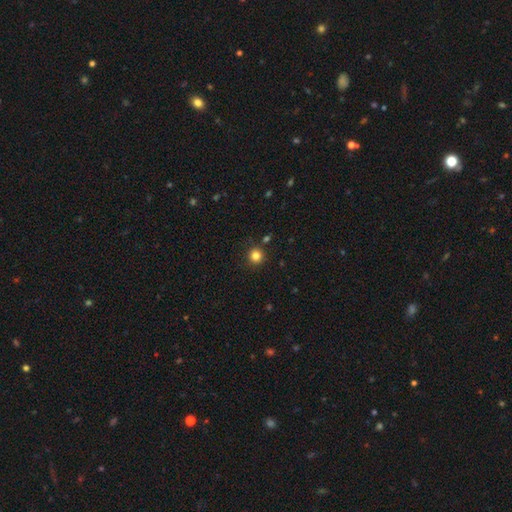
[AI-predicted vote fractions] Q: Smooth or featured?
A: smooth (82%); runner-up: star or artifact (13%)
Q: How rounded?
A: round (94%); runner-up: in between (5%)
Q: Merging?
A: none (89%); runner-up: minor disturbance (6%)